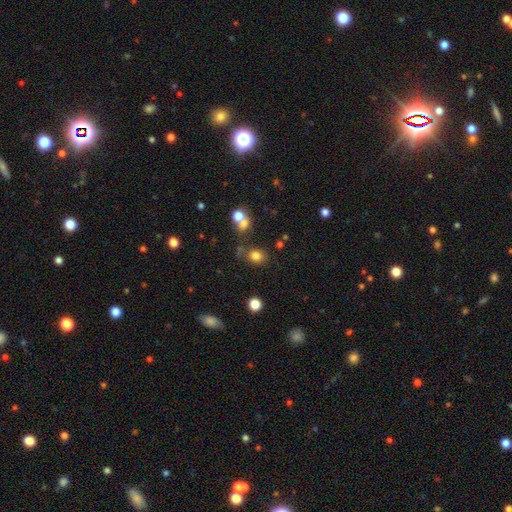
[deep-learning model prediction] This appears to be a smooth galaxy with no disk features (78%) that is round (63%). Merging: none (72%).